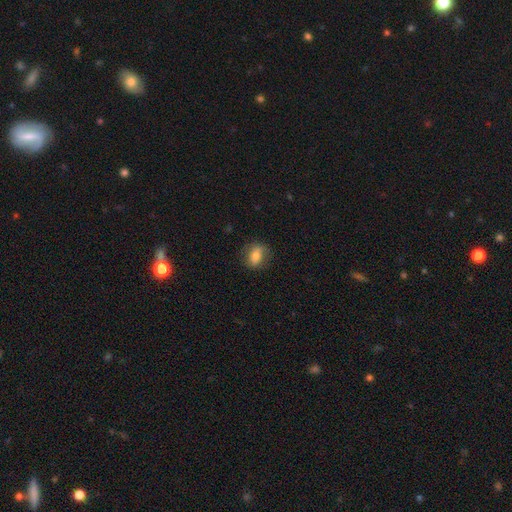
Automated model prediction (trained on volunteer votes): Smooth or featured?
  - smooth: 73% *
  - featured or disk: 18%
  - star or artifact: 8%
How rounded?
  - in between: 68% *
  - round: 30%
  - cigar-shaped: 2%
Merging?
  - none: 74% *
  - minor disturbance: 18%
  - major disturbance: 7%
  - merger: 1%